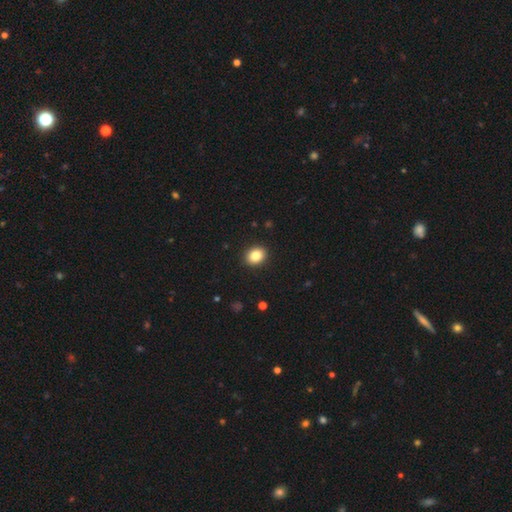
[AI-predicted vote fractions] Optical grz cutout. It shows a smooth galaxy with no disk features (84%) that is round (53%). Merging: none (91%).